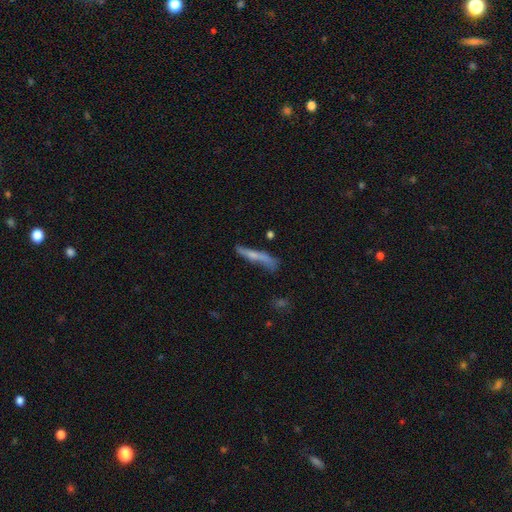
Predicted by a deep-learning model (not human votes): Morphology: type=smooth (47%); merging=none (53%).